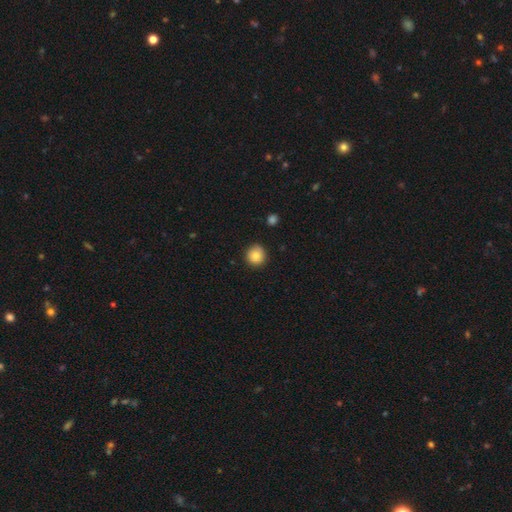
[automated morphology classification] smooth_or_featured: smooth (p=0.85) [alt: star or artifact p=0.09]
how_rounded: round (p=0.92) [alt: in between p=0.07]
merging: none (p=0.87) [alt: minor disturbance p=0.09]